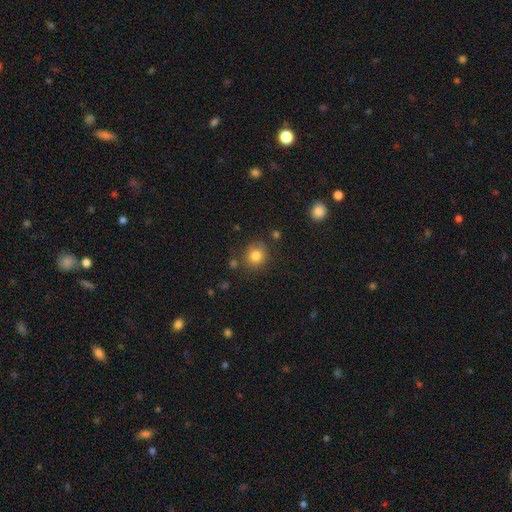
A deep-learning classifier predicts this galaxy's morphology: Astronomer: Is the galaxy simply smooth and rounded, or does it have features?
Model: smooth — 81%.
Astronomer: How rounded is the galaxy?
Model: round — 83%.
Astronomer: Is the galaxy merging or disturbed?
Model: none — 79%.